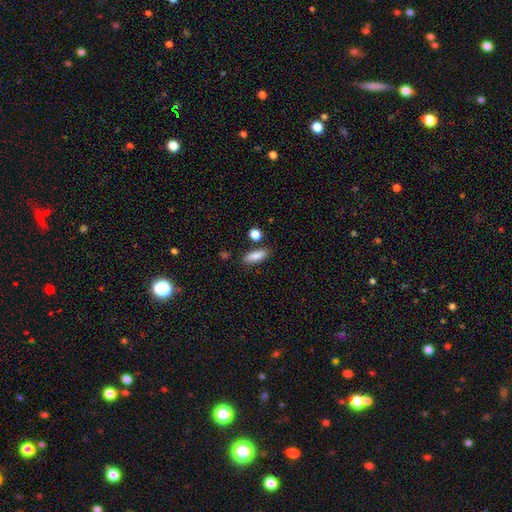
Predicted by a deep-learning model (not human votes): Smooth or featured? smooth (86%)
How rounded? in between (63%)
Merging? none (80%)